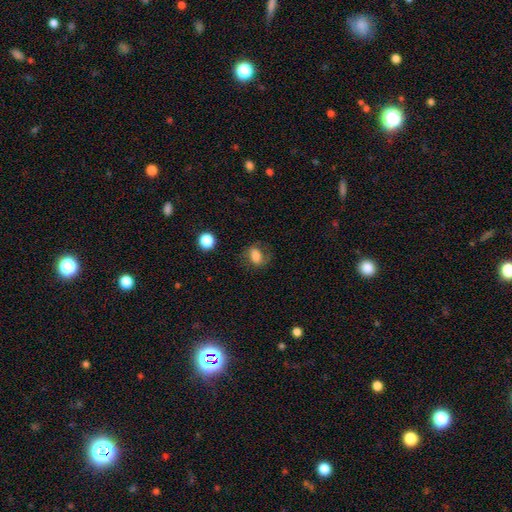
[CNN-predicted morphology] A smooth galaxy with no disk features (72%) that is in between round and cigar-shaped (73%).

Vote fractions:
- Smooth or featured? smooth: 72% / featured or disk: 17% / star or artifact: 11%
- How rounded? in between: 73% / round: 24% / cigar-shaped: 2%
- Merging? none: 66% / minor disturbance: 20% / major disturbance: 12% / merger: 2%